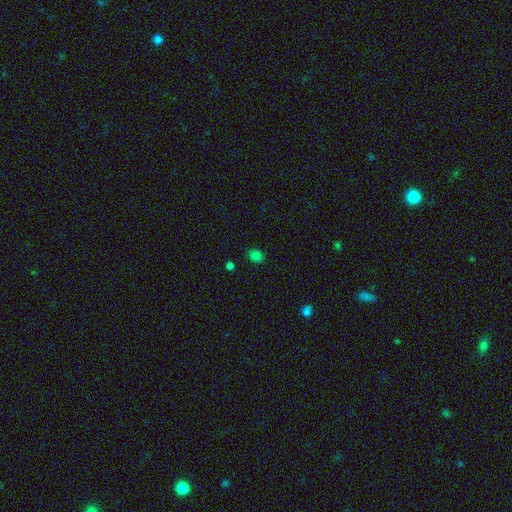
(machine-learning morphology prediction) Smooth or featured? Predicted: smooth (p=0.80). How rounded? Predicted: in between (p=0.52). Merging? Predicted: none (p=0.85).